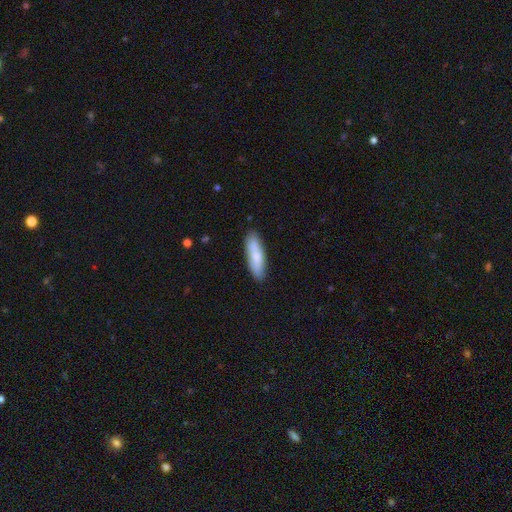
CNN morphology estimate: A smooth galaxy with no disk features (76%) that is cigar-shaped (57%). Merging: none (85%).